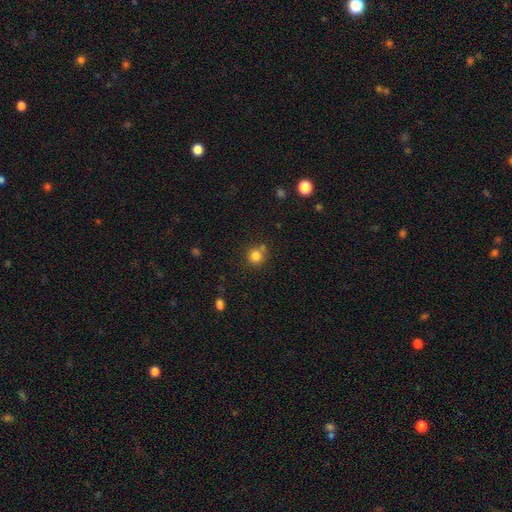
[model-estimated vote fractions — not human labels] Smooth or featured? smooth (81%)
How rounded? round (90%)
Merging? none (69%)